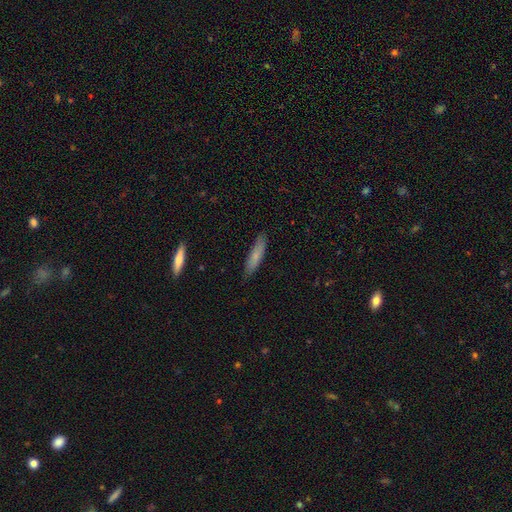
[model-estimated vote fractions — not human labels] Smooth or featured: smooth — 73% (featured or disk — 21%)
How rounded: cigar-shaped — 80% (in between — 18%)
Merging: none — 85% (minor disturbance — 12%)